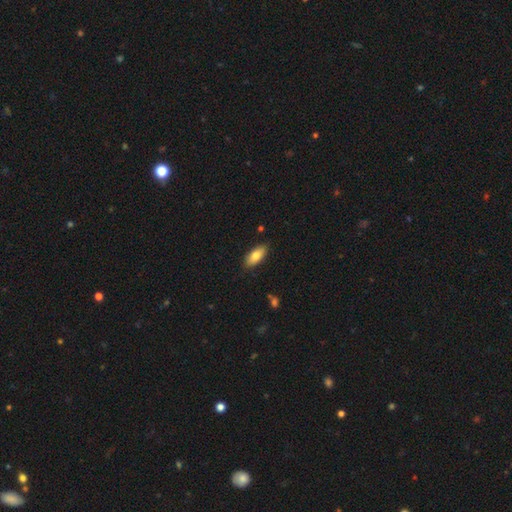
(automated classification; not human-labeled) Smooth or featured: smooth — 78% (featured or disk — 16%)
How rounded: in between — 84% (cigar-shaped — 13%)
Merging: none — 86% (minor disturbance — 11%)